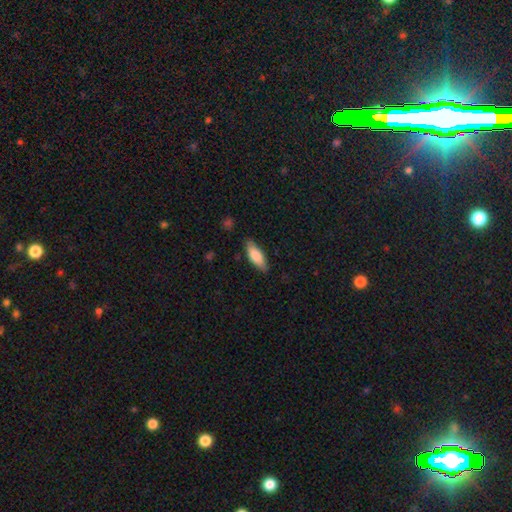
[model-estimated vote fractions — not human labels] Q: Smooth or featured?
A: smooth (82%); runner-up: featured or disk (12%)
Q: How rounded?
A: in between (68%); runner-up: cigar-shaped (30%)
Q: Merging?
A: none (83%); runner-up: minor disturbance (13%)